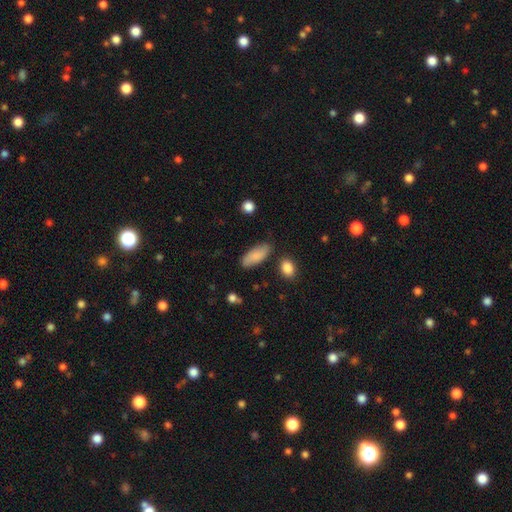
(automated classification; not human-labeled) Smooth or featured?
  - smooth: 84% *
  - featured or disk: 10%
  - star or artifact: 6%
How rounded?
  - in between: 82% *
  - cigar-shaped: 16%
  - round: 2%
Merging?
  - none: 80% *
  - minor disturbance: 14%
  - merger: 4%
  - major disturbance: 3%